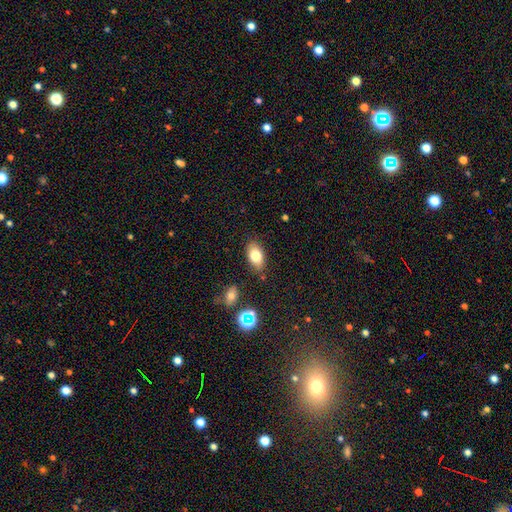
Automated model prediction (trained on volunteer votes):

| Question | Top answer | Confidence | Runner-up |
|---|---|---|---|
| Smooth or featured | smooth | 78% | featured or disk (12%) |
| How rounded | in between | 89% | round (8%) |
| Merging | none | 82% | minor disturbance (12%) |